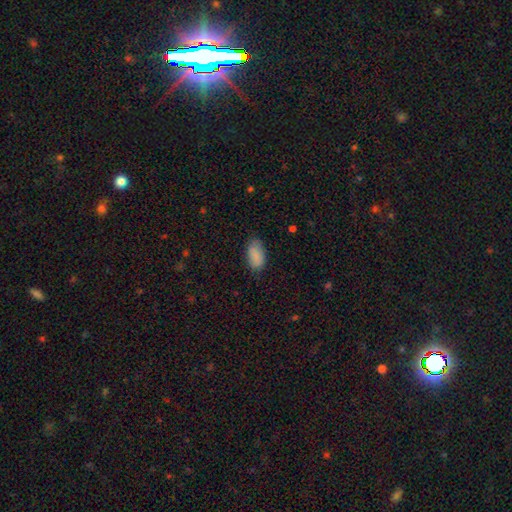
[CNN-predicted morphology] smooth-or-featured: smooth: 87% | star or artifact: 7% | featured or disk: 6%
  how-rounded: in between: 94% | cigar-shaped: 3% | round: 3%
  merging: none: 76% | minor disturbance: 19% | major disturbance: 4% | merger: 1%